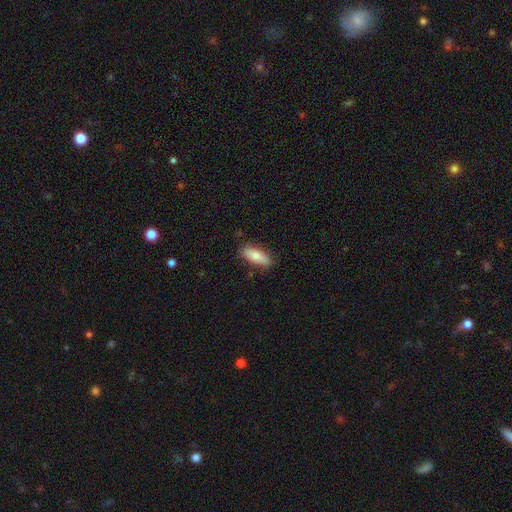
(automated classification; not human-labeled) Q: Smooth or featured?
A: smooth (76%); runner-up: featured or disk (18%)
Q: How rounded?
A: in between (76%); runner-up: cigar-shaped (22%)
Q: Merging?
A: none (85%); runner-up: minor disturbance (12%)